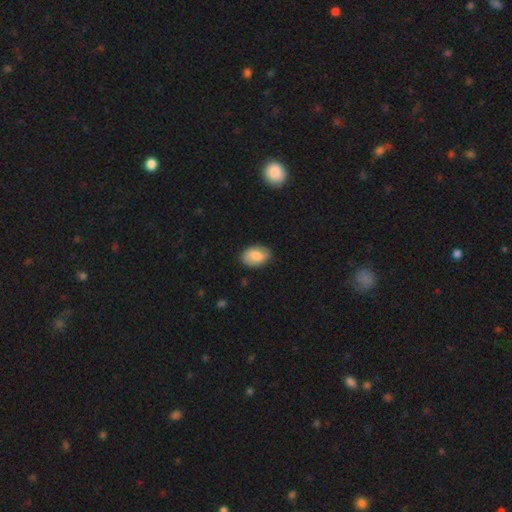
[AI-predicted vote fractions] This is likely a smooth galaxy (78%). How rounded: clearly in between (81%). Merging: clearly none (83%).